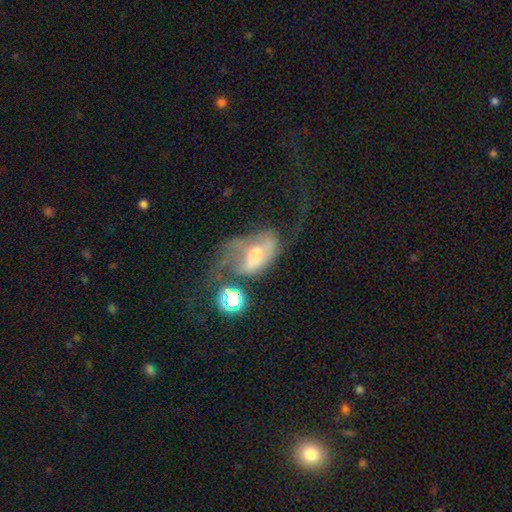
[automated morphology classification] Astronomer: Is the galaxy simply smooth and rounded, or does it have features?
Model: featured or disk — 51% (runner-up: smooth, 36%).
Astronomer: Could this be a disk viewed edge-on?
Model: no — 93%.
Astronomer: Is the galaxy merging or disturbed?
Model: major disturbance — 52%.